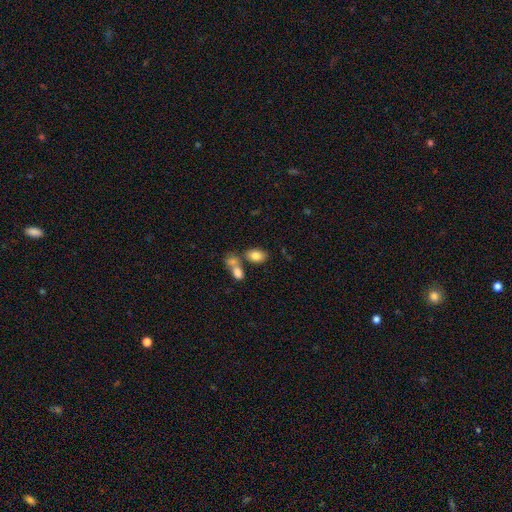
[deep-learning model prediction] This is clearly a smooth galaxy (81%). How rounded: clearly in between (86%). Merging: possibly none (57%).